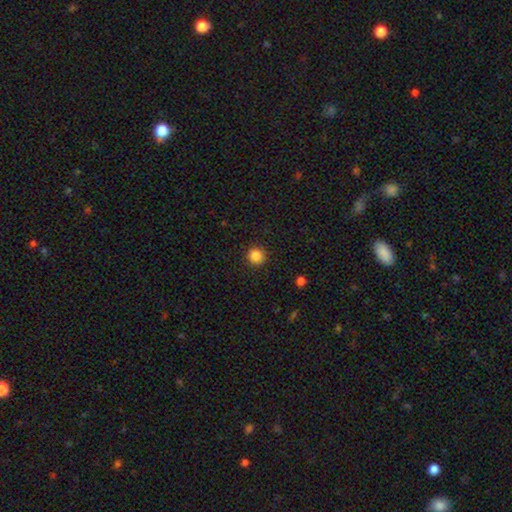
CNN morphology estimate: smooth 86%, star or artifact 11%, featured or disk 3%. Down the decision tree: how rounded — round (94%); merging — none (90%).